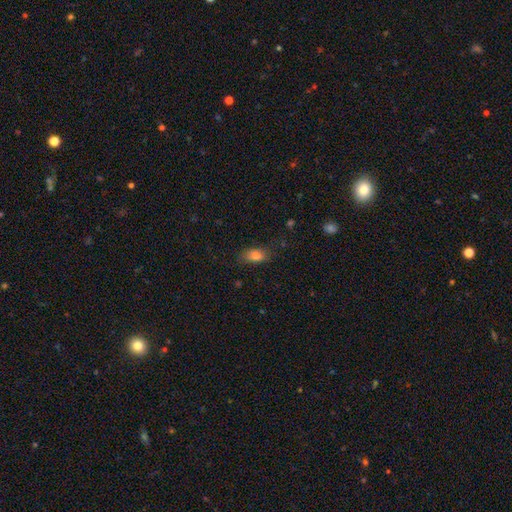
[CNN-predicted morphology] A smooth galaxy with no disk features (79%) that is in between round and cigar-shaped (86%).

Vote fractions:
- Smooth or featured? smooth: 79% / featured or disk: 12% / star or artifact: 10%
- How rounded? in between: 86% / round: 8% / cigar-shaped: 6%
- Merging? none: 68% / minor disturbance: 23% / major disturbance: 8% / merger: 2%